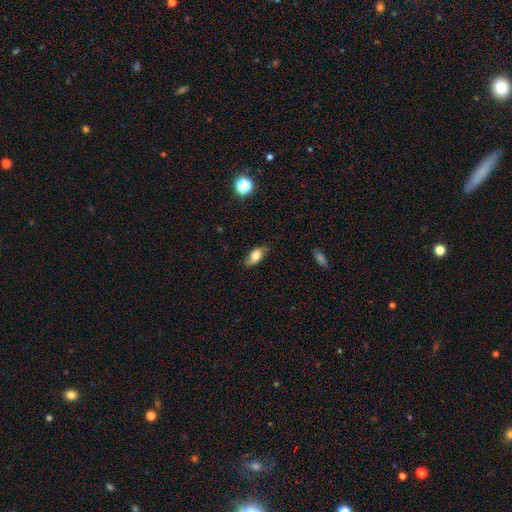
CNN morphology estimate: A smooth galaxy with no disk features (66%) that is in between round and cigar-shaped (84%).

Vote fractions:
- Smooth or featured? smooth: 66% / featured or disk: 25% / star or artifact: 9%
- How rounded? in between: 84% / cigar-shaped: 9% / round: 7%
- Merging? none: 74% / minor disturbance: 20% / major disturbance: 5% / merger: 1%